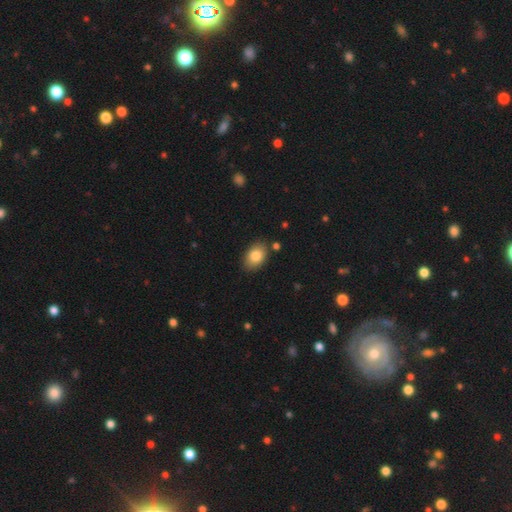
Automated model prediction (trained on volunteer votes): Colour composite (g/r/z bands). It shows a smooth galaxy with no disk features (83%) that is in between round and cigar-shaped (84%). Merging: none (83%).